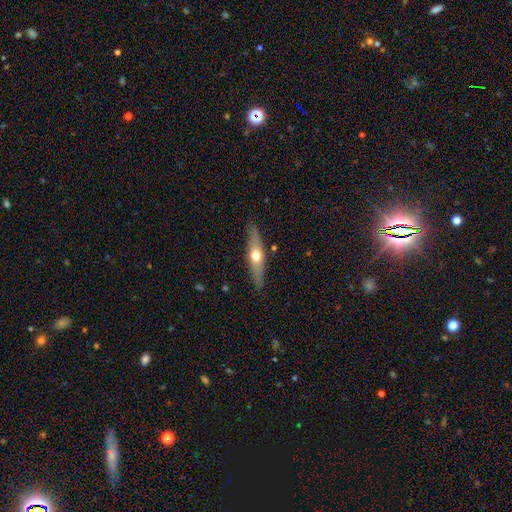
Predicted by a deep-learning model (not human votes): Smooth or featured: featured or disk — 52% (smooth — 43%)
Edge-on disk: yes — 83% (no — 17%)
Merging: none — 87% (minor disturbance — 10%)